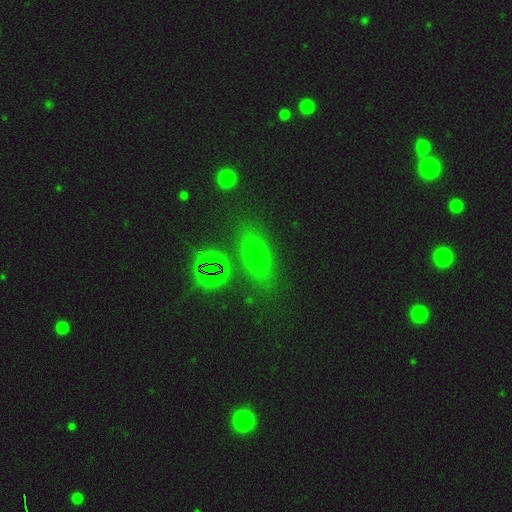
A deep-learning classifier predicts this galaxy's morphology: This appears to be a smooth galaxy with no disk features (55%) that is in between round and cigar-shaped (63%). Merging: none (79%).